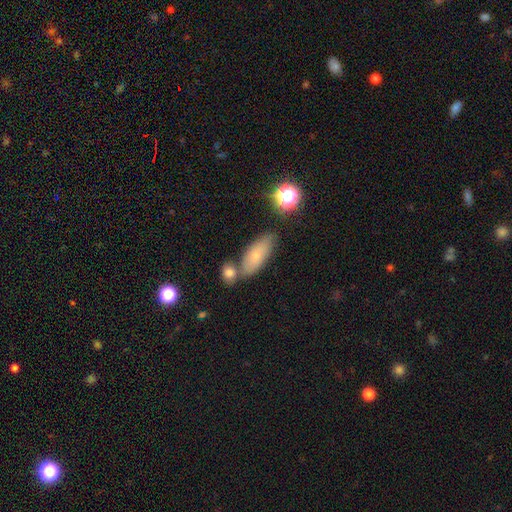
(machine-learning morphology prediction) Overall: smooth (71%). How rounded: in between (75%). Merging: none (62%).